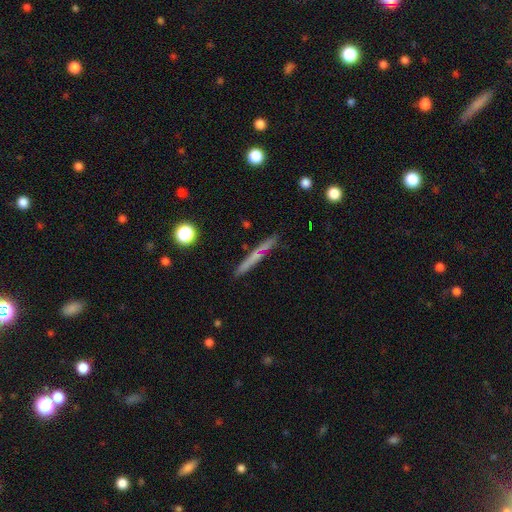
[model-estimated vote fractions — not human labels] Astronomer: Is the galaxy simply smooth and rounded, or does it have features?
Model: smooth — 51% (runner-up: featured or disk, 41%).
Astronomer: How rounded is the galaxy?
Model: cigar-shaped — 94%.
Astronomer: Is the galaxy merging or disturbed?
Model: none — 84%.